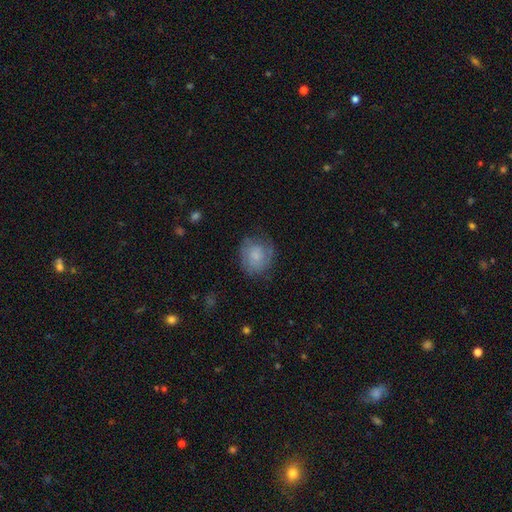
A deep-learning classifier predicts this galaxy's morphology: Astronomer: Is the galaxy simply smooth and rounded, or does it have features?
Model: smooth — 60%.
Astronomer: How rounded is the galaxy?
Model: round — 71%.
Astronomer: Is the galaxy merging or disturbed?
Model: none — 66%.